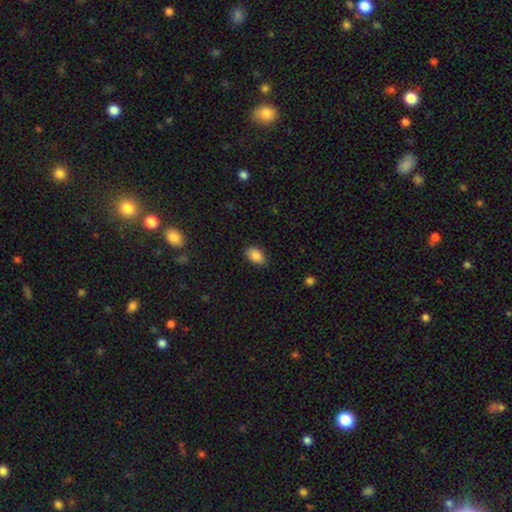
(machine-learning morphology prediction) smooth 86%, star or artifact 8%, featured or disk 6%. Down the decision tree: how rounded — in between (90%); merging — none (86%).